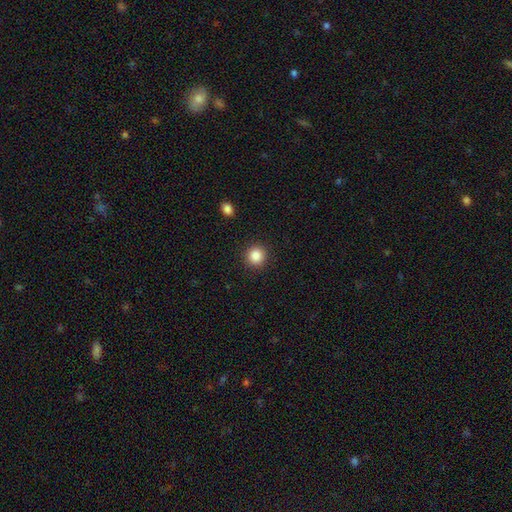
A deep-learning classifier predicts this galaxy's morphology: smooth_or_featured: smooth (p=0.86) [alt: star or artifact p=0.10]
how_rounded: round (p=0.93) [alt: in between p=0.06]
merging: none (p=0.92) [alt: minor disturbance p=0.05]